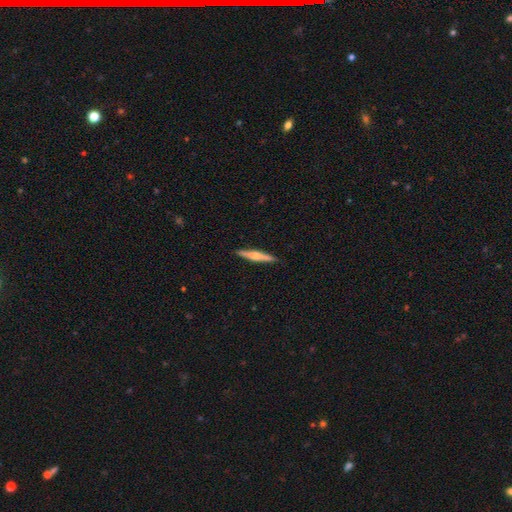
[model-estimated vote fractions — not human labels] smooth-or-featured: featured or disk: 55% | smooth: 40% | star or artifact: 6%
  disk-edge-on: yes: 97% | no: 3%
    edge-on-bulge: rounded: 71% | boxy: 16% | none: 12%
  merging: none: 91% | minor disturbance: 7% | major disturbance: 1% | merger: 1%